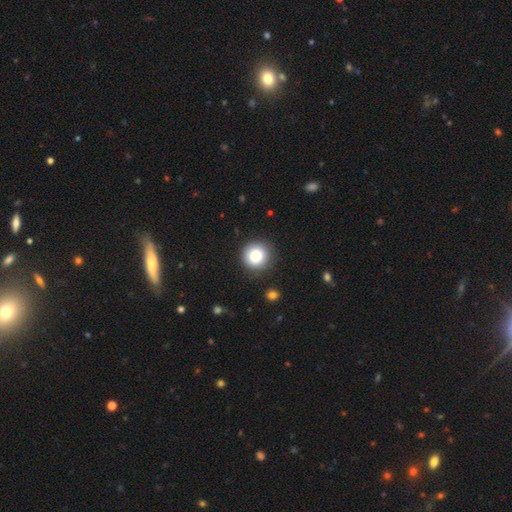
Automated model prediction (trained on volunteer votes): Smooth or featured? smooth (82%)
How rounded? round (94%)
Merging? none (89%)